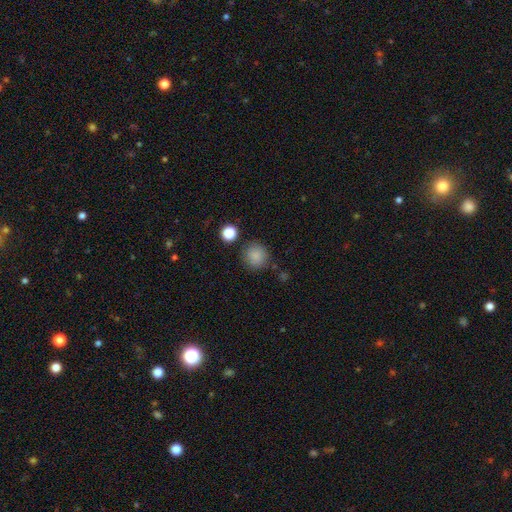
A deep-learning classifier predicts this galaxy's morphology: Q: Smooth or featured?
A: smooth (85%); runner-up: star or artifact (11%)
Q: How rounded?
A: round (92%); runner-up: in between (7%)
Q: Merging?
A: none (82%); runner-up: minor disturbance (11%)